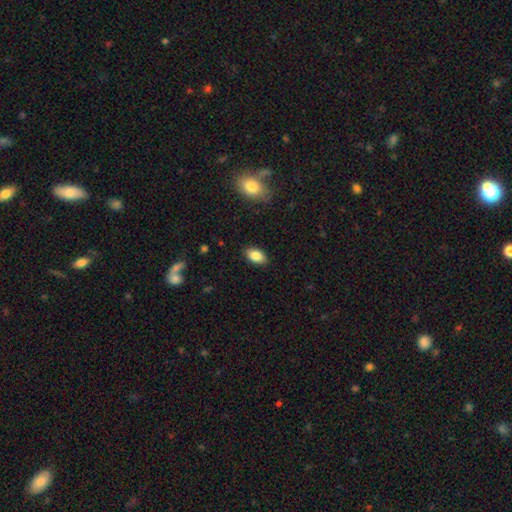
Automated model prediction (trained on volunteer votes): Smooth or featured?
  - smooth: 86% *
  - star or artifact: 8%
  - featured or disk: 6%
How rounded?
  - in between: 92% *
  - round: 7%
  - cigar-shaped: 2%
Merging?
  - none: 88% *
  - minor disturbance: 9%
  - major disturbance: 2%
  - merger: 1%